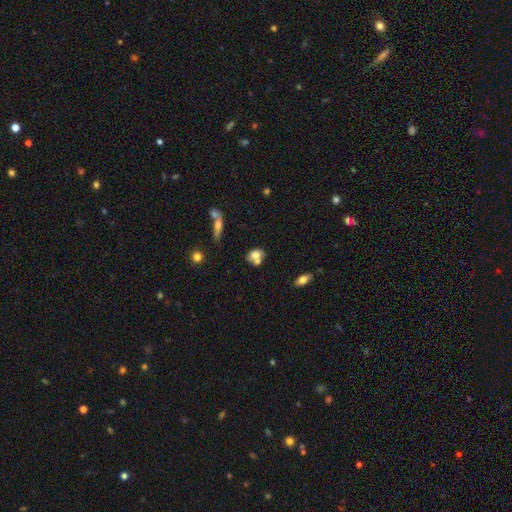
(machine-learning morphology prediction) The model was most divided on "merging": merger: 46%, none: 38%, minor disturbance: 12%, major disturbance: 5%. More confident: smooth or featured — smooth (70%); how rounded — in between (55%).